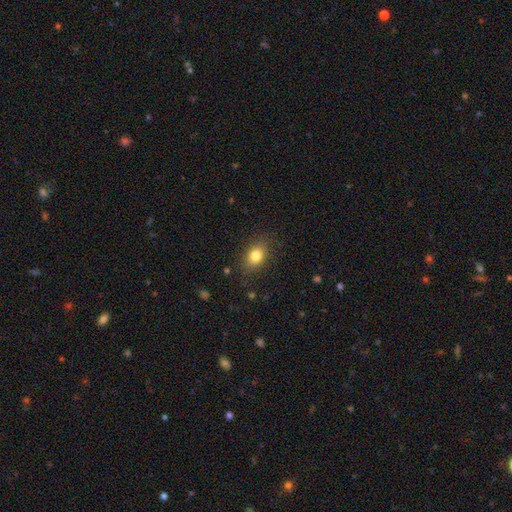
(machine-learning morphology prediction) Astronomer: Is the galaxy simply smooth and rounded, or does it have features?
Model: smooth — 82%.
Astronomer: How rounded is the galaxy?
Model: in between — 74%.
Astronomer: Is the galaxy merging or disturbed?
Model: none — 83%.